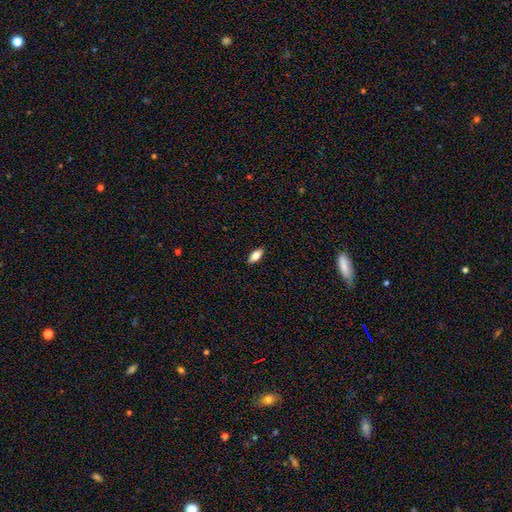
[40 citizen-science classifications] A smooth galaxy with no disk features (80%) that is in between round and cigar-shaped (84%).

Vote fractions:
- Smooth or featured? smooth: 80% / featured or disk: 15% / star or artifact: 5%
- How rounded? in between: 84% / cigar-shaped: 12% / round: 3%
- Merging? none: 84% / minor disturbance: 11% / major disturbance: 5% / merger: 0%